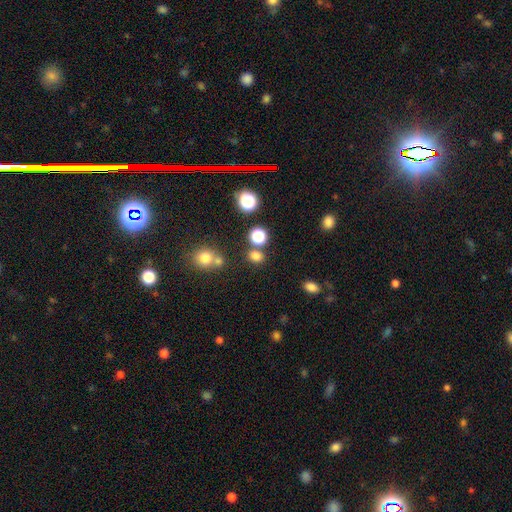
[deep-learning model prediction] Smooth or featured? Predicted: smooth (p=0.75). How rounded? Predicted: round (p=0.67). Merging? Predicted: none (p=0.72).